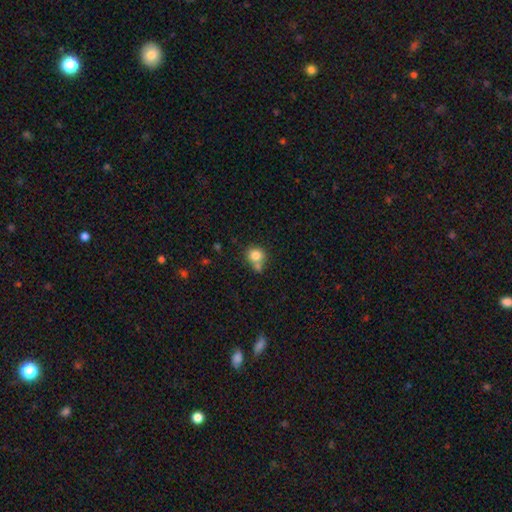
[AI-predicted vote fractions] This appears to be a smooth galaxy with no disk features (81%) that is round (83%). Merging: none (50%).